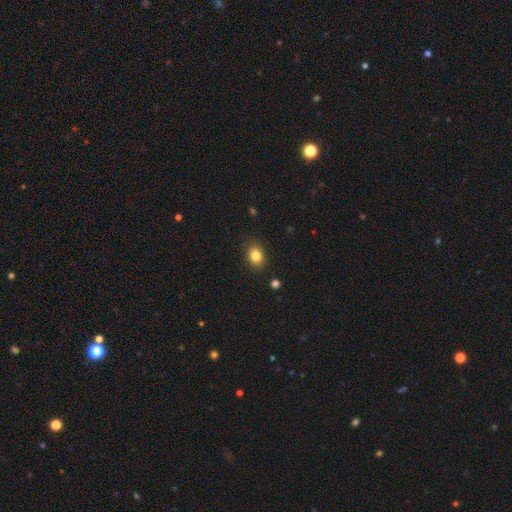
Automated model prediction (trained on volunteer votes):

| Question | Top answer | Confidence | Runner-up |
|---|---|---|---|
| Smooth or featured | smooth | 83% | star or artifact (10%) |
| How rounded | in between | 58% | round (41%) |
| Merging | none | 87% | minor disturbance (9%) |